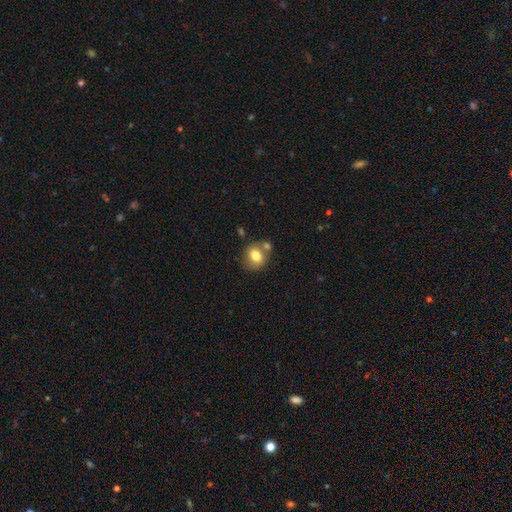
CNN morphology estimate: Q: Smooth or featured?
A: smooth (76%); runner-up: featured or disk (15%)
Q: How rounded?
A: round (65%); runner-up: in between (34%)
Q: Merging?
A: none (60%); runner-up: merger (22%)